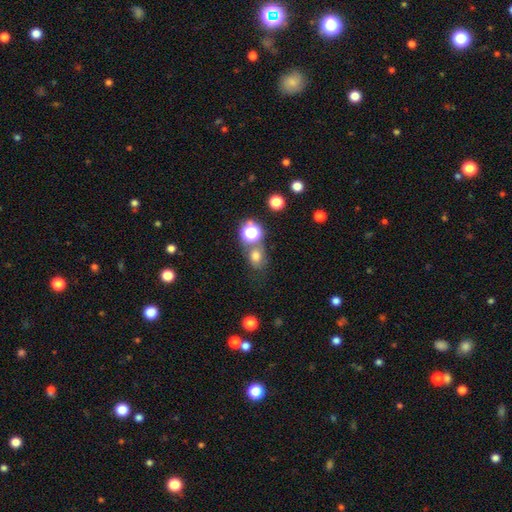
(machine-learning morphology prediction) type=smooth (69%); roundness=round (61%); merging=none (59%).